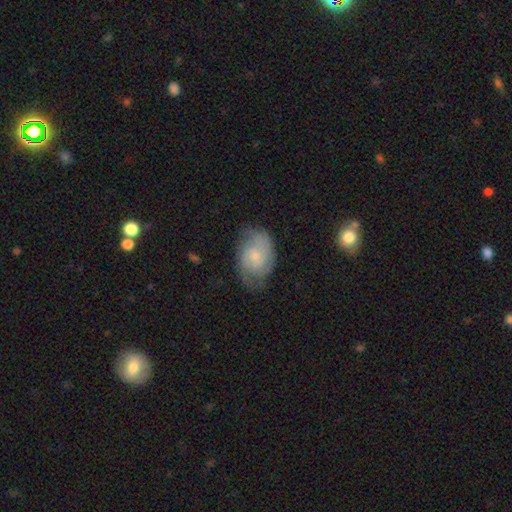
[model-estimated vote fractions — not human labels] This is likely a featured or disk galaxy (61%). It is clearly not viewed edge-on (97%). Bar: possibly no (59%). Spiral arm pattern: clearly yes (87%). Spiral arm count: possibly 2 (59%). Spiral winding: possibly tight (45%). Central bulge: likely small (63%). Merging: likely none (64%).